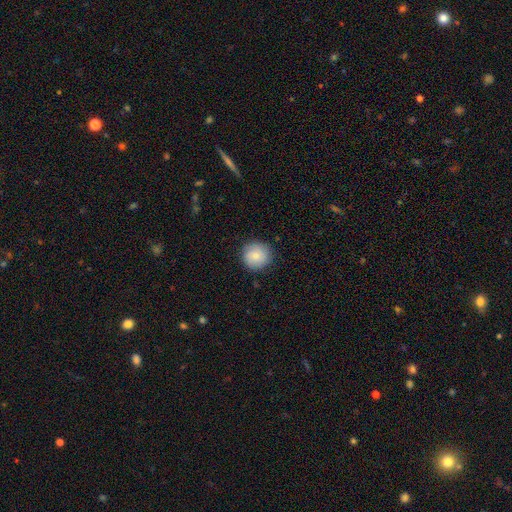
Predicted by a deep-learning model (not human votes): smooth_or_featured: smooth (p=0.76) [alt: featured or disk p=0.17]
how_rounded: round (p=0.94) [alt: in between p=0.05]
merging: none (p=0.87) [alt: minor disturbance p=0.10]